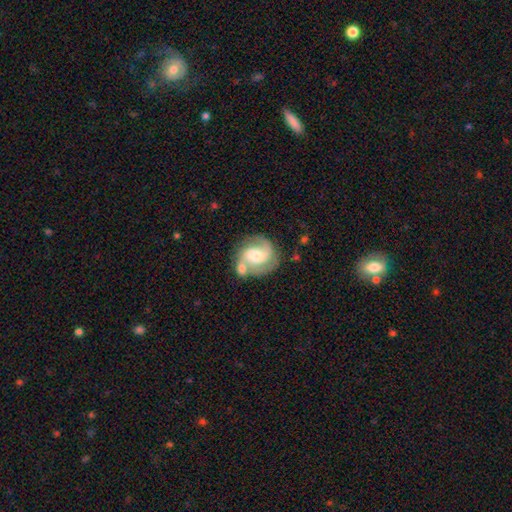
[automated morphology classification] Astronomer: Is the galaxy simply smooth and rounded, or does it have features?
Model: featured or disk — 76%.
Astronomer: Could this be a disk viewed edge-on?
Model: no — 98%.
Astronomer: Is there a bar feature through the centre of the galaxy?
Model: no — 44%, tied with weak at 44%.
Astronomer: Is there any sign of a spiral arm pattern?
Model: yes — 94%.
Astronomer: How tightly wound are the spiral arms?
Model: medium — 52% (runner-up: tight, 28%).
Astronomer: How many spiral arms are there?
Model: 2 — 79%.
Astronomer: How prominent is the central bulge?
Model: moderate — 52% (runner-up: small, 27%).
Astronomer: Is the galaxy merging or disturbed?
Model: none — 50% (runner-up: merger, 27%).